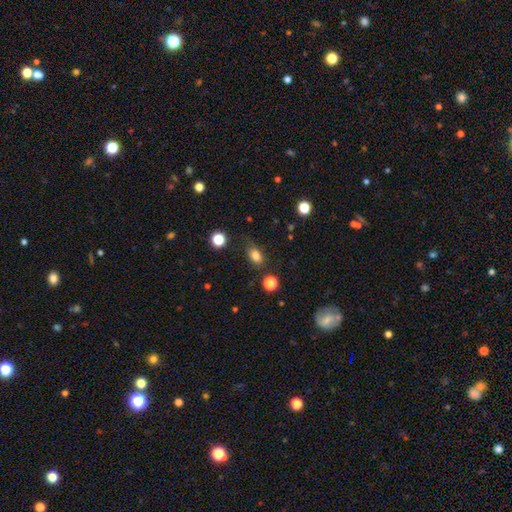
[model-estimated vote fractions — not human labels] Overall: smooth (82%). How rounded: in between (77%). Merging: none (76%).